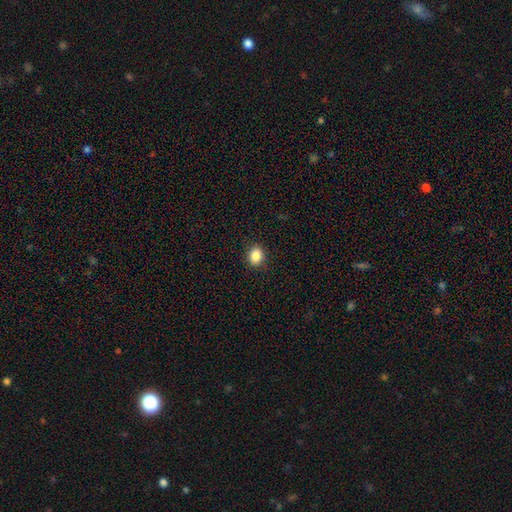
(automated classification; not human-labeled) This appears to be a smooth galaxy with no disk features (87%) that is in between round and cigar-shaped (55%). Merging: none (90%).